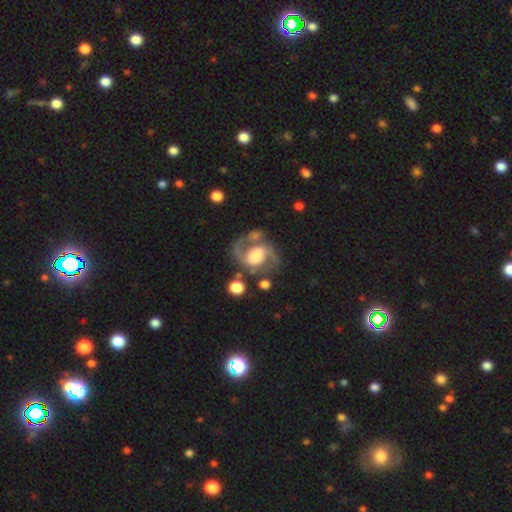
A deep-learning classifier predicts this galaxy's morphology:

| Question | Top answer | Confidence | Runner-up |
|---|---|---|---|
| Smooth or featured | featured or disk | 86% | smooth (9%) |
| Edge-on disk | no | 98% | yes (2%) |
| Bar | no | 44% | weak (38%) |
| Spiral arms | yes | 95% | no (5%) |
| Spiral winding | medium | 59% | loose (22%) |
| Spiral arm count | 2 | 92% | 1 (2%) |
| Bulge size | large | 45% | moderate (34%) |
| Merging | none | 68% | minor disturbance (16%) |